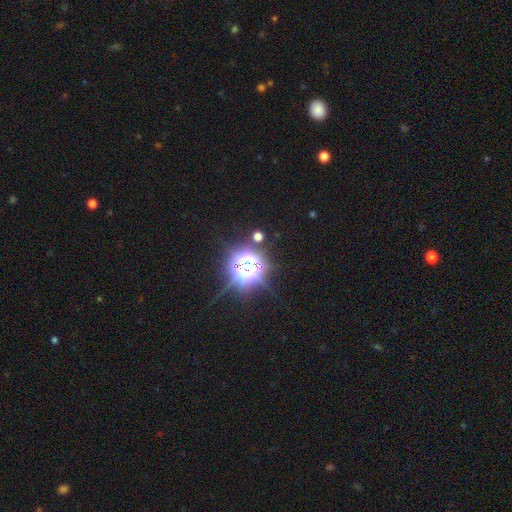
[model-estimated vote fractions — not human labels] Smooth or featured?
  - star or artifact: 81% *
  - smooth: 12%
  - featured or disk: 7%